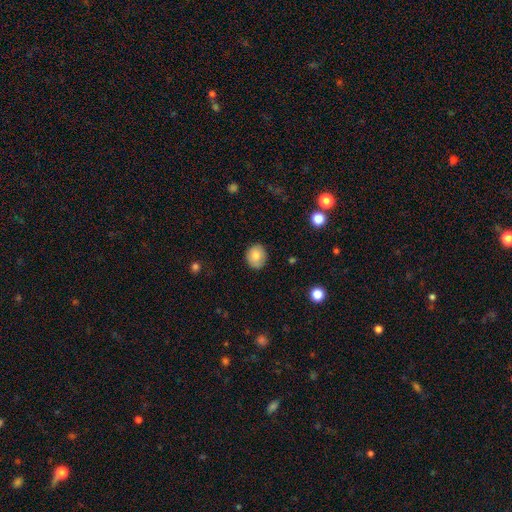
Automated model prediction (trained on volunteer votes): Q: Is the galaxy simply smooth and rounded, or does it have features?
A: smooth — 82%.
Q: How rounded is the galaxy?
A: round — 73%.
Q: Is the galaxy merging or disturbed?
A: none — 85%.